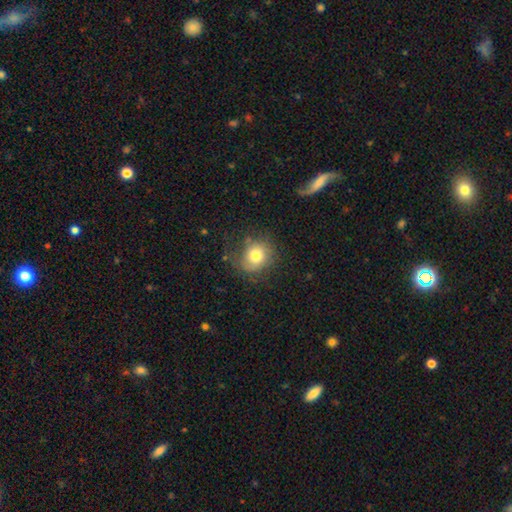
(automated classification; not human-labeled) A smooth galaxy with no disk features (72%) that is round (74%). Merging: none (63%).